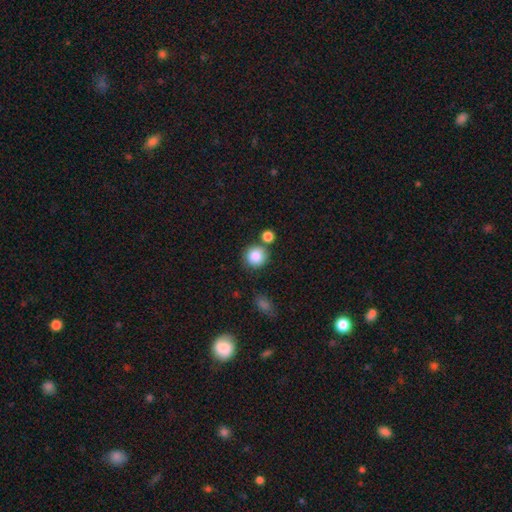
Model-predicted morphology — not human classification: Overall: smooth (86%). How rounded: round (91%). Merging: none (74%).